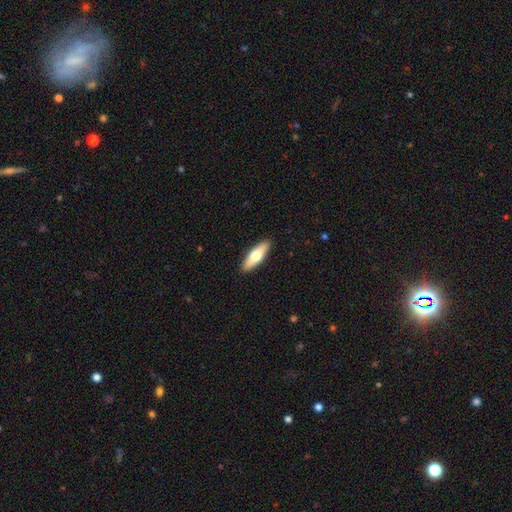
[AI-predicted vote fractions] smooth-or-featured: smooth: 61% | featured or disk: 34% | star or artifact: 5%
  how-rounded: cigar-shaped: 52% | in between: 46% | round: 2%
  merging: none: 91% | minor disturbance: 7% | major disturbance: 1% | merger: 1%